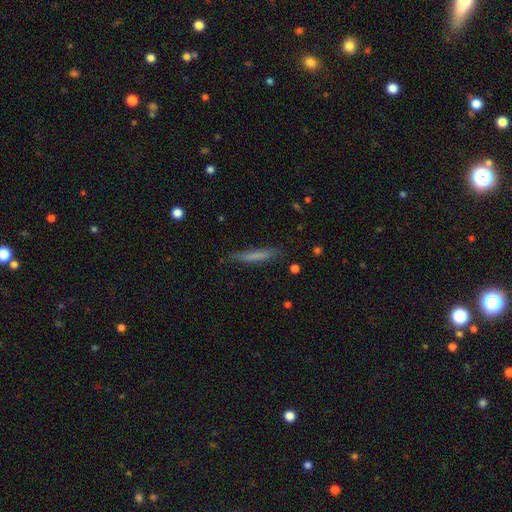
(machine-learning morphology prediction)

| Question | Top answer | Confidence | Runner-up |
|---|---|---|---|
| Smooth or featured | smooth | 68% | featured or disk (24%) |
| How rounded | cigar-shaped | 93% | in between (6%) |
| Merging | none | 80% | minor disturbance (15%) |